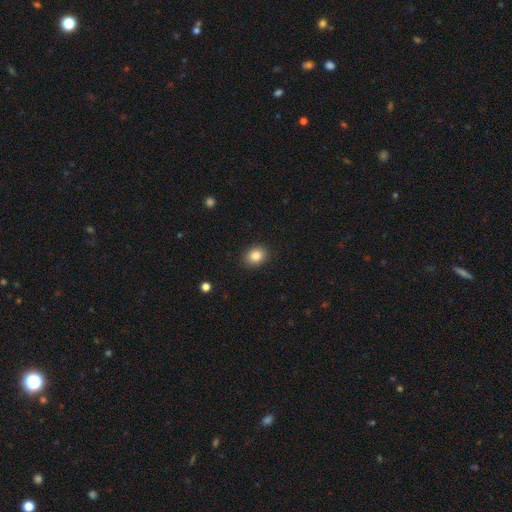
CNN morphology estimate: A smooth galaxy with no disk features (85%) that is in between round and cigar-shaped (51%). Merging: none (89%).